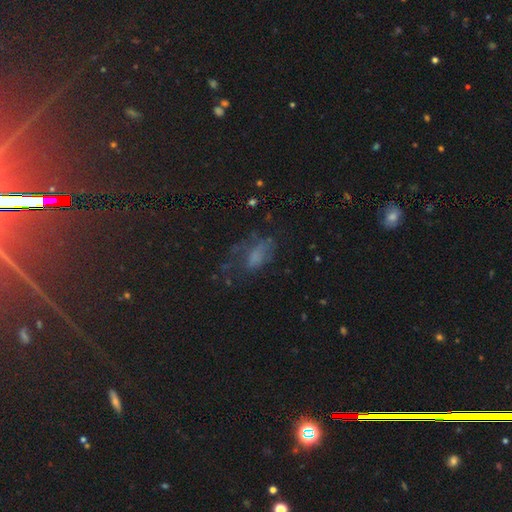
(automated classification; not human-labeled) smooth_or_featured: smooth (p=0.48) [alt: featured or disk p=0.31]
merging: none (p=0.39) [alt: major disturbance p=0.33]